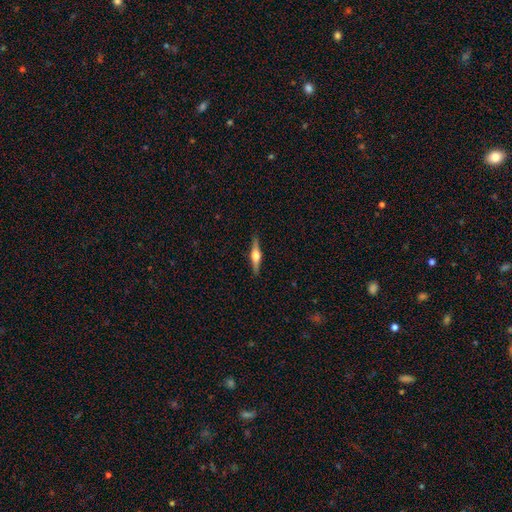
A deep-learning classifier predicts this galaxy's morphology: type=featured or disk (67%); edge-on=yes (97%); edge-on bulge=rounded (93%); merging=none (90%).